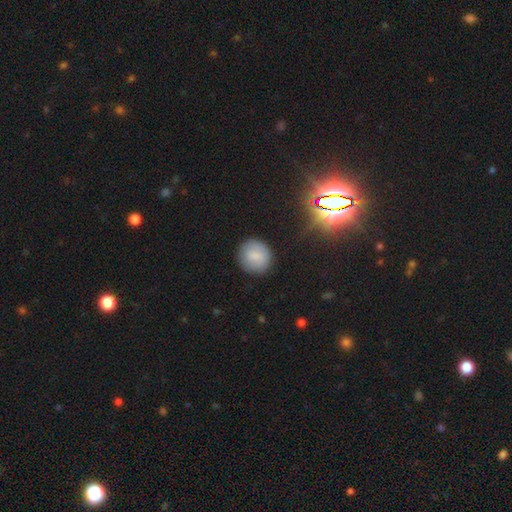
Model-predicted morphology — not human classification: The model was most divided on "smooth or featured": smooth: 83%, star or artifact: 8%, featured or disk: 8%. More confident: how rounded — round (89%); merging — none (87%).